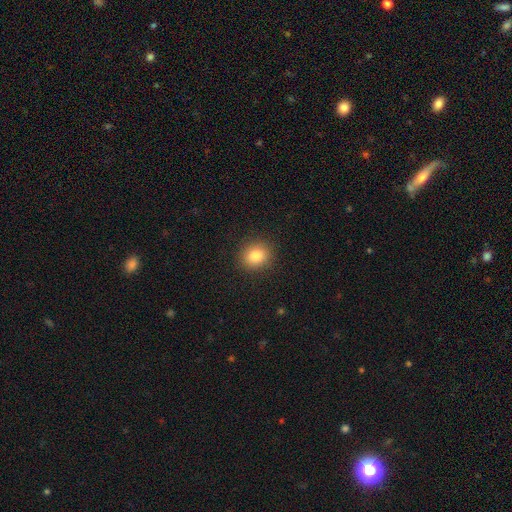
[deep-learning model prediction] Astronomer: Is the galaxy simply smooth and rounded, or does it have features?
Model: smooth — 82%.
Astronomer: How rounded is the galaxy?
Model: round — 76%.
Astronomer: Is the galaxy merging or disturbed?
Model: none — 90%.